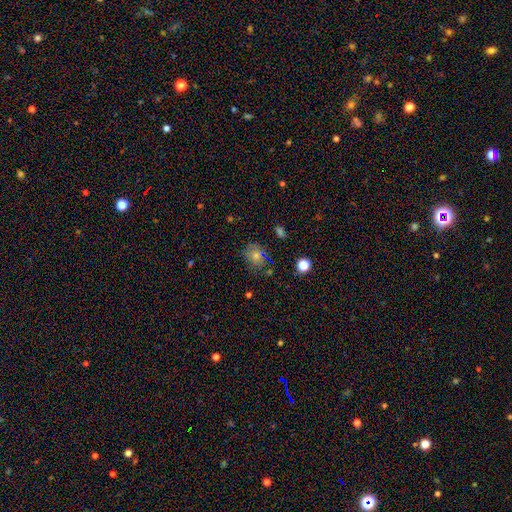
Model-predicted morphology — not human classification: Overall: smooth (55%; star or artifact 26%). How rounded: round (61%; in between 38%). Merging: none (74%).